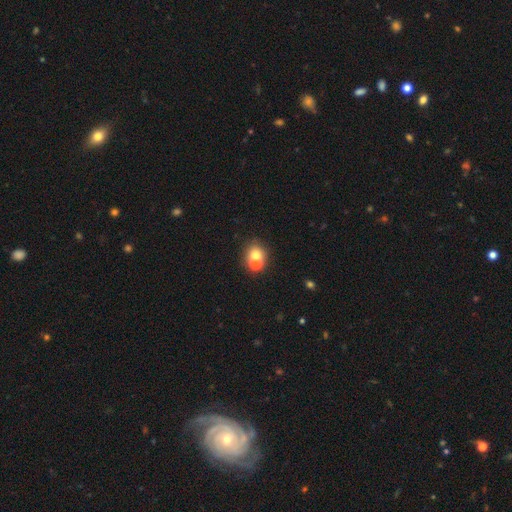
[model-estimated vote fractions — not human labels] This is likely a smooth galaxy (68%). How rounded: likely round (79%). Merging: possibly merger (48%).